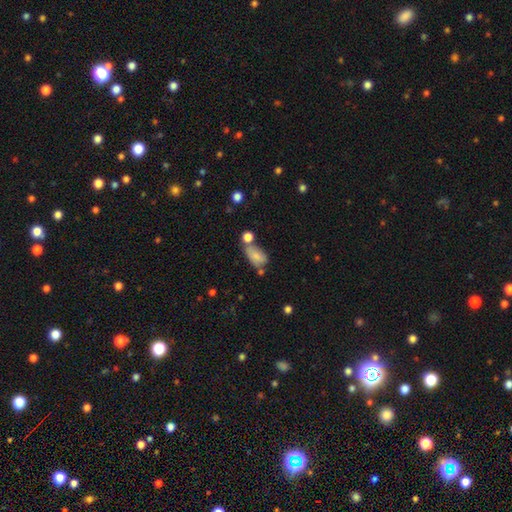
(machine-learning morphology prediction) A smooth galaxy with no disk features (78%) that is in between round and cigar-shaped (89%).

Vote fractions:
- Smooth or featured? smooth: 78% / featured or disk: 13% / star or artifact: 9%
- How rounded? in between: 89% / round: 7% / cigar-shaped: 5%
- Merging? none: 47% / merger: 24% / minor disturbance: 21% / major disturbance: 8%